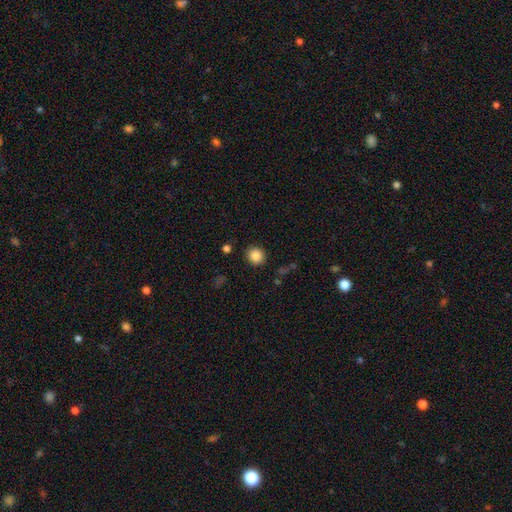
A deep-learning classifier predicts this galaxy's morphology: A smooth galaxy with no disk features (87%) that is round (89%). Merging: none (89%).